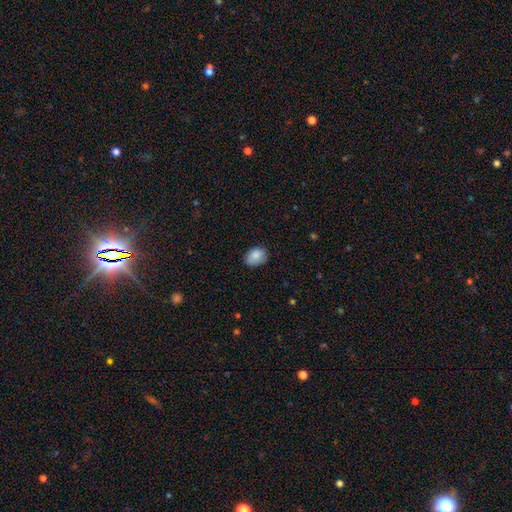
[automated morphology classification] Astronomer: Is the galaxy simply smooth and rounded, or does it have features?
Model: smooth — 86%.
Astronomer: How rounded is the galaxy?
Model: in between — 69%.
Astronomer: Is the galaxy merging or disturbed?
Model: none — 72%.